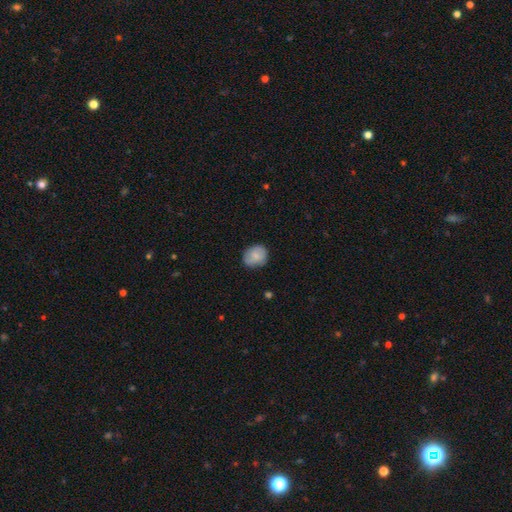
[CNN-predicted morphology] A smooth galaxy with no disk features (79%) that is round (66%).

Vote fractions:
- Smooth or featured? smooth: 79% / featured or disk: 14% / star or artifact: 7%
- How rounded? round: 66% / in between: 33% / cigar-shaped: 1%
- Merging? none: 78% / minor disturbance: 17% / major disturbance: 3% / merger: 1%